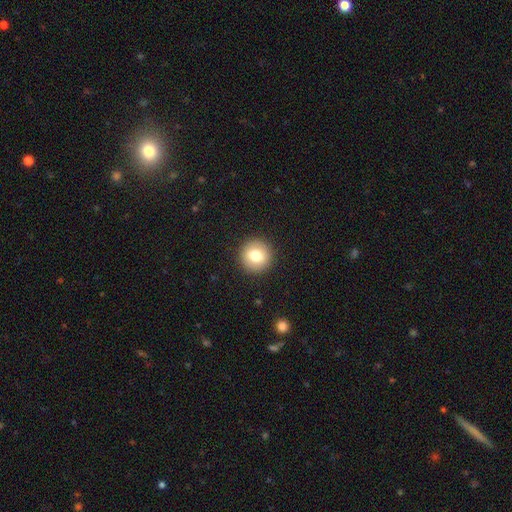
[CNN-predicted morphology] Smooth or featured: smooth — 78% (featured or disk — 13%)
How rounded: round — 95% (in between — 4%)
Merging: none — 92% (minor disturbance — 5%)